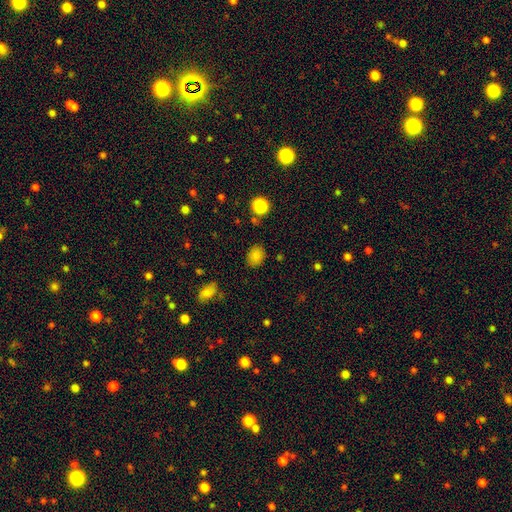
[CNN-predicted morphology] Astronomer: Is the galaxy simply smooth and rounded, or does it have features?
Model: smooth — 83%.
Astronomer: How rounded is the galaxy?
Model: in between — 52% (runner-up: round, 47%).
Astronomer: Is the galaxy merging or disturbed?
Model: none — 82%.